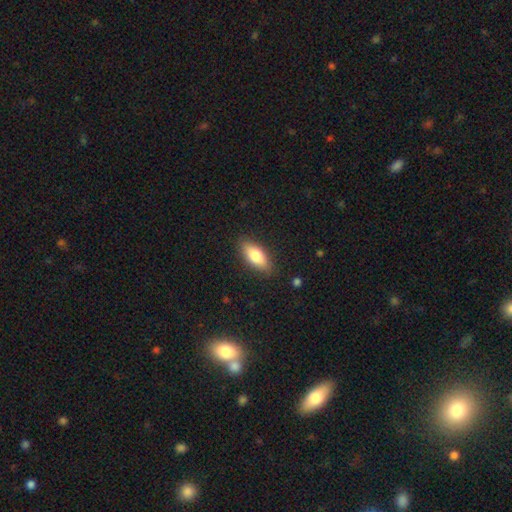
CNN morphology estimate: This appears to be a smooth galaxy with no disk features (79%) that is in between round and cigar-shaped (79%). Merging: none (86%).